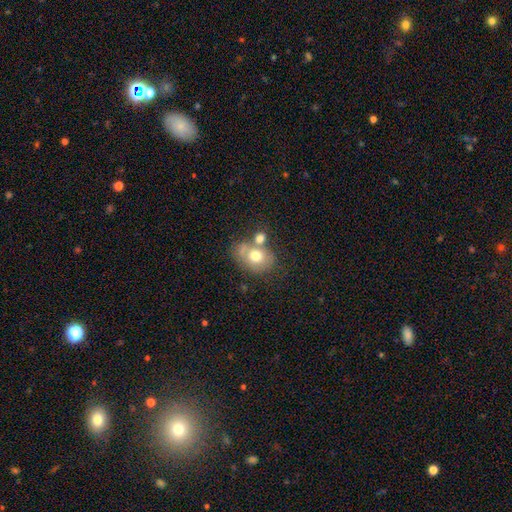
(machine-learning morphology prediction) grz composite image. It shows a smooth galaxy with no disk features (65%) that is in between round and cigar-shaped (54%). Merging: none (39%).